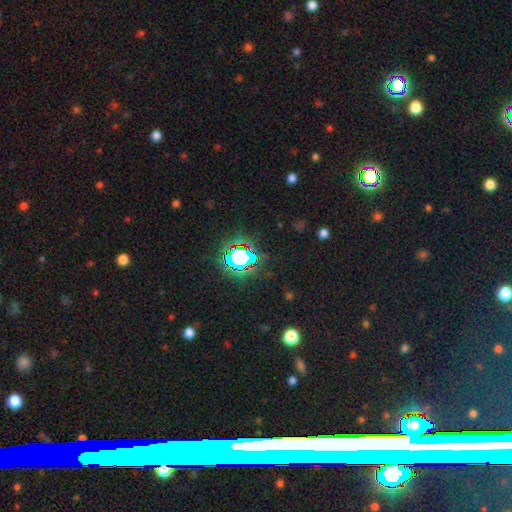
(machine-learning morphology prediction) smooth_or_featured: star or artifact (p=0.77) [alt: smooth p=0.14]